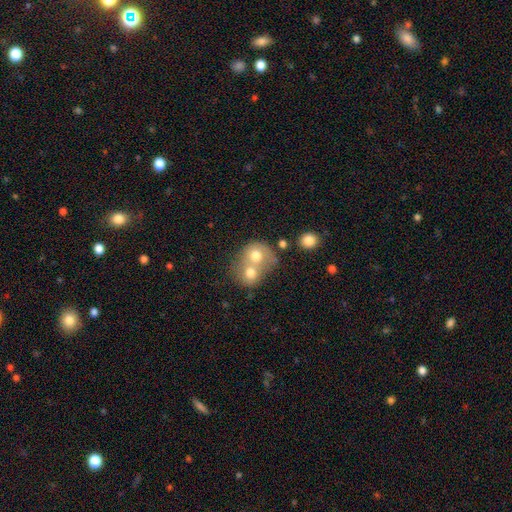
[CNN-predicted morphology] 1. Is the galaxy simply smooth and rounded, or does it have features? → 69% smooth, 22% featured or disk, 9% star or artifact.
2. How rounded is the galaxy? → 70% round, 29% in between, 1% cigar-shaped.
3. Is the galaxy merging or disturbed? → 72% merger, 18% none, 6% minor disturbance, 4% major disturbance.